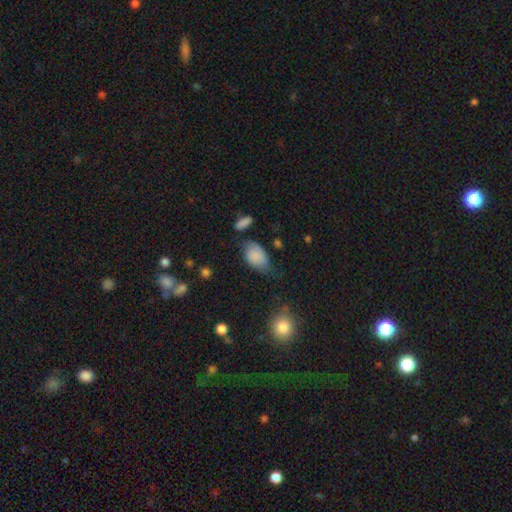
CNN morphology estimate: Overall: smooth (83%). How rounded: in between (90%). Merging: none (48%; minor disturbance 35%).